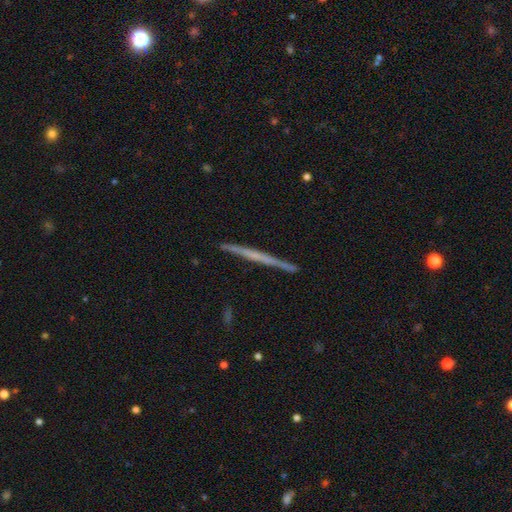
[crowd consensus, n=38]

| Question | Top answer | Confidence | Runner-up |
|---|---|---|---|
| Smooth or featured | featured or disk | 76% | smooth (13%) |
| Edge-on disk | yes | 97% | no (3%) |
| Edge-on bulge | none | 93% | rounded (7%) |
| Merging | none | 91% | minor disturbance (9%) |